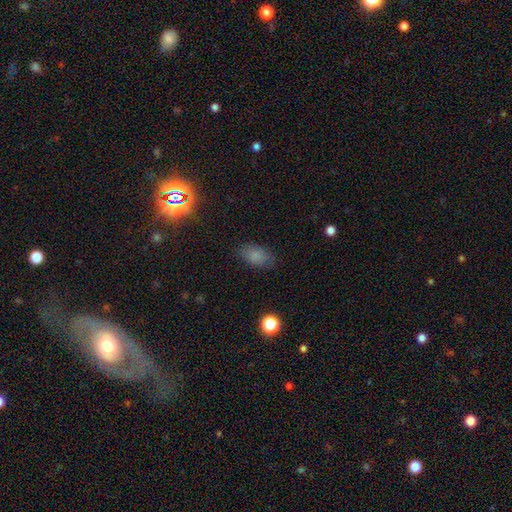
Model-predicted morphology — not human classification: smooth_or_featured: smooth (p=0.81) [alt: star or artifact p=0.12]
how_rounded: in between (p=0.89) [alt: round p=0.09]
merging: none (p=0.80) [alt: minor disturbance p=0.14]